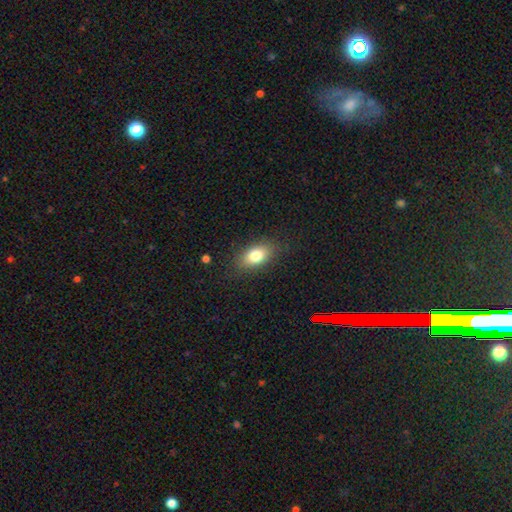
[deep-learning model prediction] Smooth or featured? smooth (79%)
How rounded? in between (84%)
Merging? none (84%)